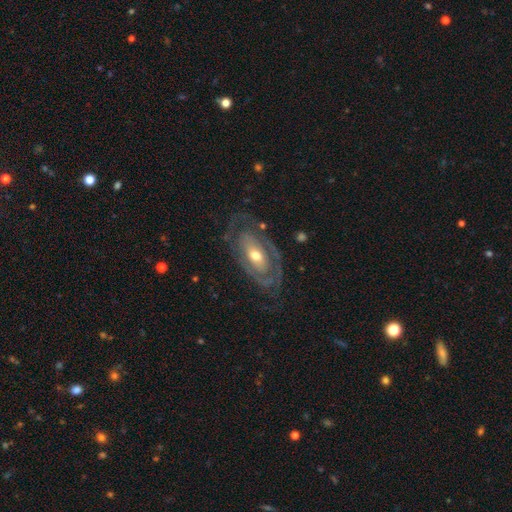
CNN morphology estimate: smooth-or-featured: featured or disk: 80% | smooth: 15% | star or artifact: 5%
  disk-edge-on: no: 92% | yes: 8%
    bar: no: 65% | weak: 23% | strong: 12%
    has-spiral-arms: yes: 73% | no: 27%
      spiral-winding: tight: 59% | medium: 28% | loose: 12%
      spiral-arm-count: 2: 47% | can't tell: 31% | 1: 10% | 3: 6% | 4: 3% | more than 4: 3%
    bulge-size: moderate: 67% | small: 26% | large: 6% | dominant: 1% | none: 1%
  merging: none: 68% | minor disturbance: 17% | major disturbance: 13% | merger: 2%